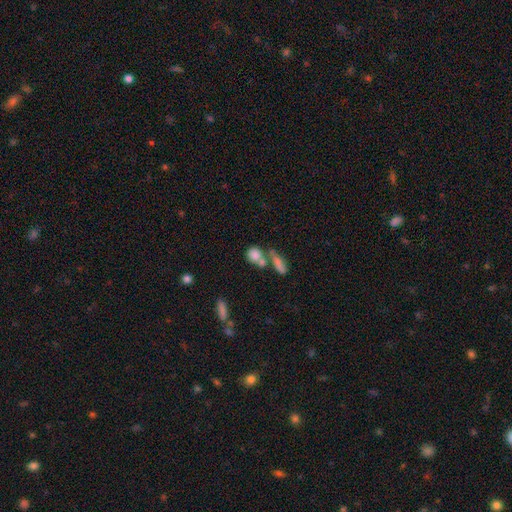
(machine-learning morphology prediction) Smooth or featured? smooth (79%)
How rounded? round (59%)
Merging? merger (47%)